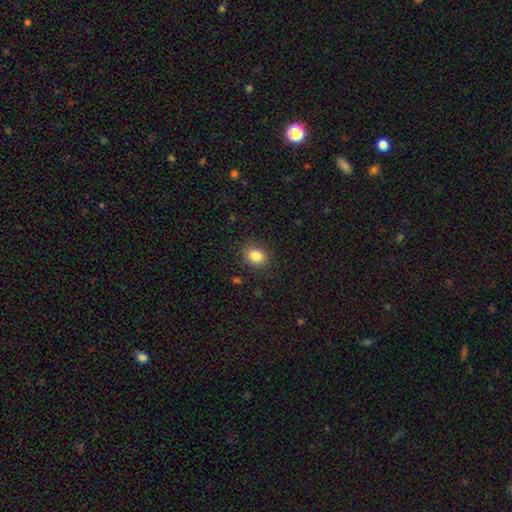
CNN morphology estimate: Smooth or featured: smooth — 85% (star or artifact — 10%)
How rounded: in between — 58% (round — 41%)
Merging: none — 87% (minor disturbance — 9%)